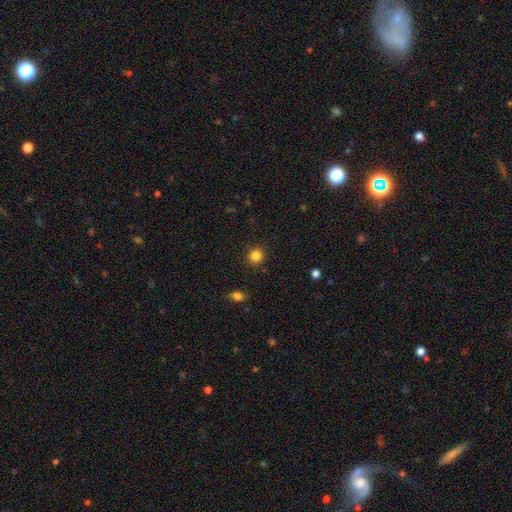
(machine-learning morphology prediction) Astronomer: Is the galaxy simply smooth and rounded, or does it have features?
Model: smooth — 84%.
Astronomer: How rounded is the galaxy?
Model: round — 90%.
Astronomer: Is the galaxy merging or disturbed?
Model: none — 90%.